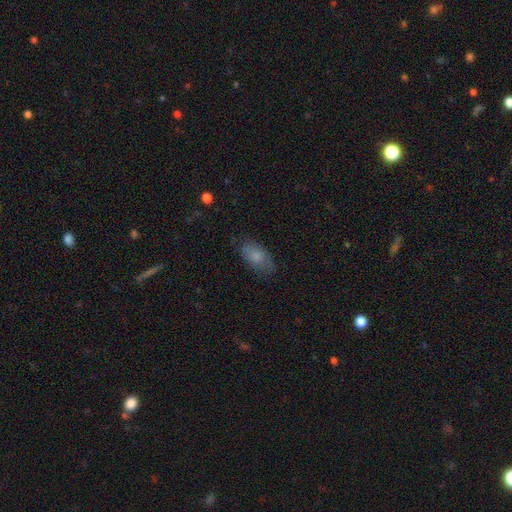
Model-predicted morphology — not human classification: Smooth or featured? Predicted: smooth (p=0.77). How rounded? Predicted: in between (p=0.92). Merging? Predicted: none (p=0.72).